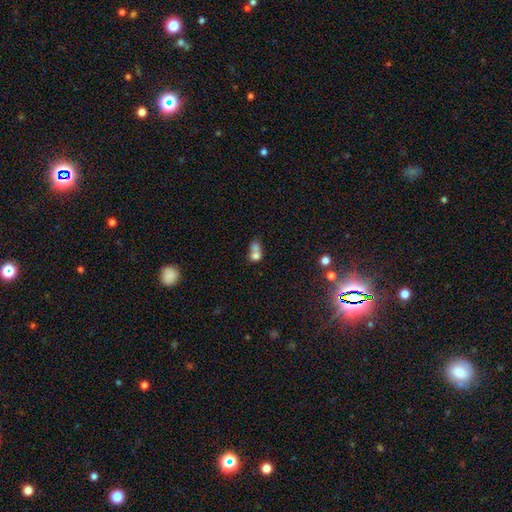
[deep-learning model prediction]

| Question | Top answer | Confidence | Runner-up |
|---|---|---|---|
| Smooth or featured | smooth | 70% | featured or disk (19%) |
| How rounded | round | 52% | in between (46%) |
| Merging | merger | 68% | none (19%) |